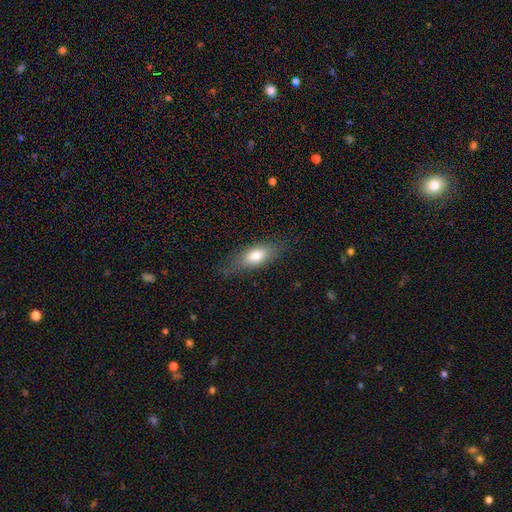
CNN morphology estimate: This is likely a smooth galaxy (77%). How rounded: likely in between (76%). Merging: likely none (75%).